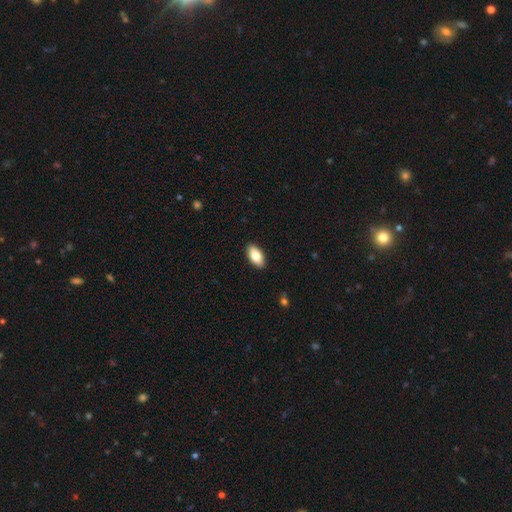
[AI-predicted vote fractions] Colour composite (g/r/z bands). It shows a smooth galaxy with no disk features (83%) that is in between round and cigar-shaped (91%). Merging: none (90%).